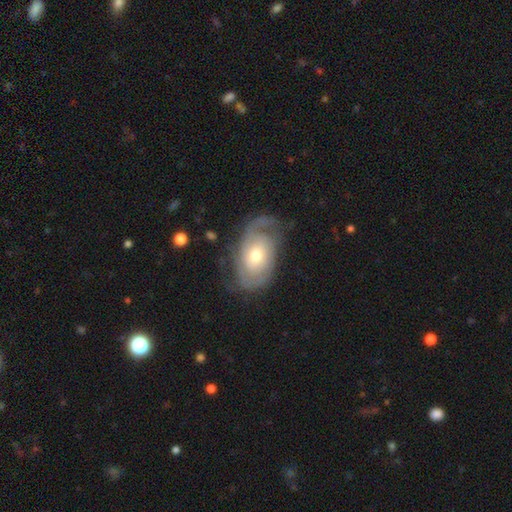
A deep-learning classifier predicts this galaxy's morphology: Smooth or featured? Predicted: featured or disk (p=0.76). Edge-on disk? Predicted: no (p=0.95). Bar? Predicted: no (p=0.74). Spiral arms? Predicted: yes (p=0.88). Spiral winding? Predicted: tight (p=0.55). Spiral arm count? Predicted: 2 (p=0.48). Bulge size? Predicted: moderate (p=0.65). Merging? Predicted: none (p=0.62).